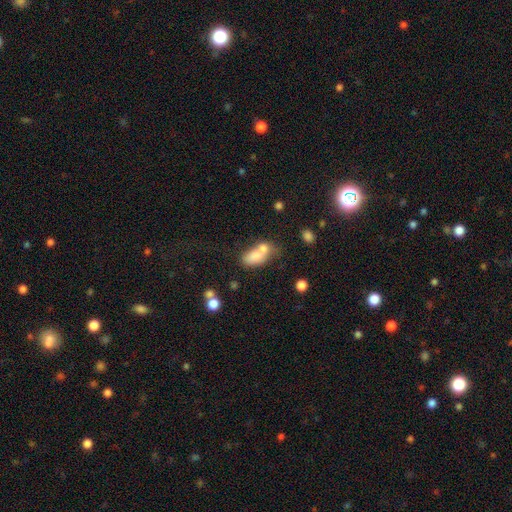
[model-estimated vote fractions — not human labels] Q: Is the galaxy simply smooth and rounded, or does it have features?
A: smooth — 73%.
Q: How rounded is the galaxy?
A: in between — 83%.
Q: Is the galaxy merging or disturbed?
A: merger — 54%.